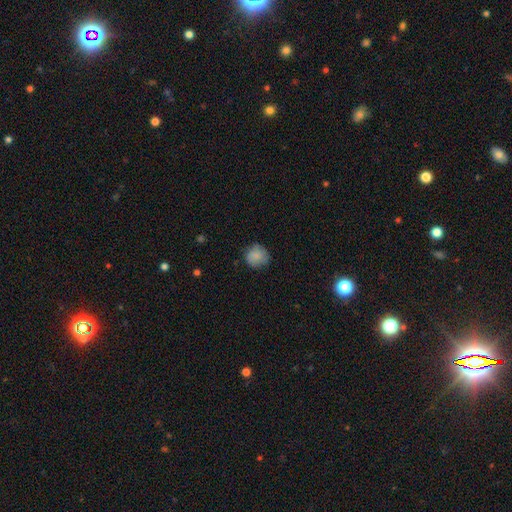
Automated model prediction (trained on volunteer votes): This is likely a smooth galaxy (79%). How rounded: clearly round (86%). Merging: likely none (73%).